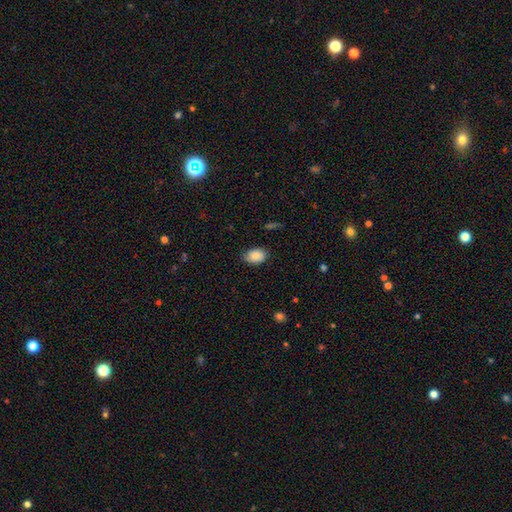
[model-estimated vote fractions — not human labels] smooth 84%, featured or disk 9%, star or artifact 8%. Down the decision tree: how rounded — in between (83%); merging — none (77%).